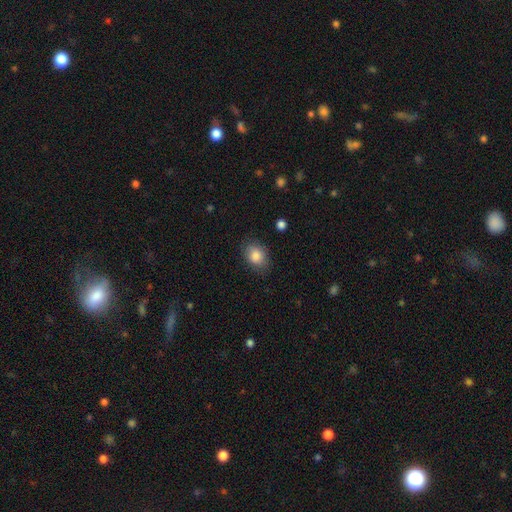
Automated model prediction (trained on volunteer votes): Smooth or featured?
  - smooth: 85% *
  - star or artifact: 8%
  - featured or disk: 7%
How rounded?
  - in between: 66% *
  - round: 33%
  - cigar-shaped: 1%
Merging?
  - none: 81% *
  - minor disturbance: 15%
  - major disturbance: 4%
  - merger: 1%